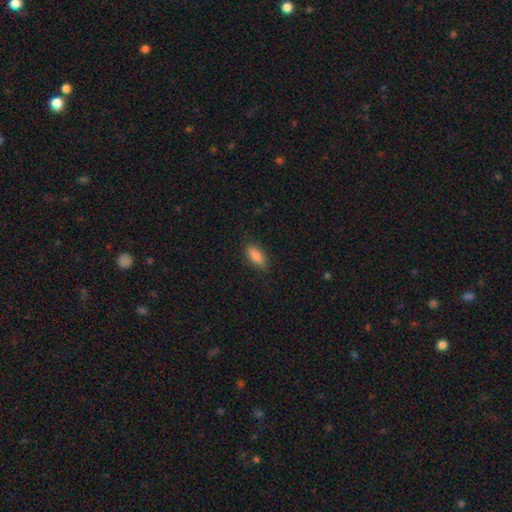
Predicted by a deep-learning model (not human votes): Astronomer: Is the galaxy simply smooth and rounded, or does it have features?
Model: smooth — 87%.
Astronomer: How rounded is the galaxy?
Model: in between — 82%.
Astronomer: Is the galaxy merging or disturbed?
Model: none — 84%.